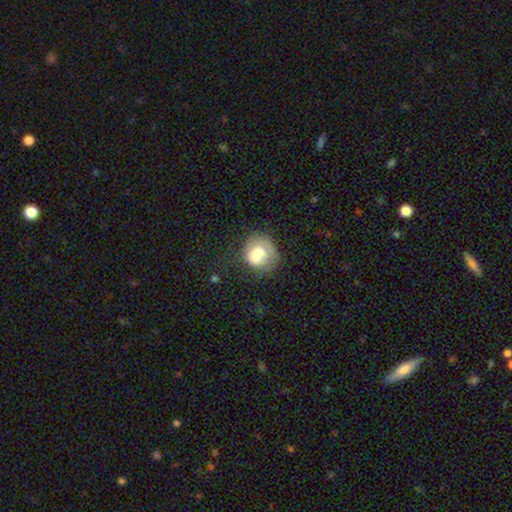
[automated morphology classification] Smooth or featured? Predicted: smooth (p=0.66). How rounded? Predicted: round (p=0.74). Merging? Predicted: none (p=0.44).